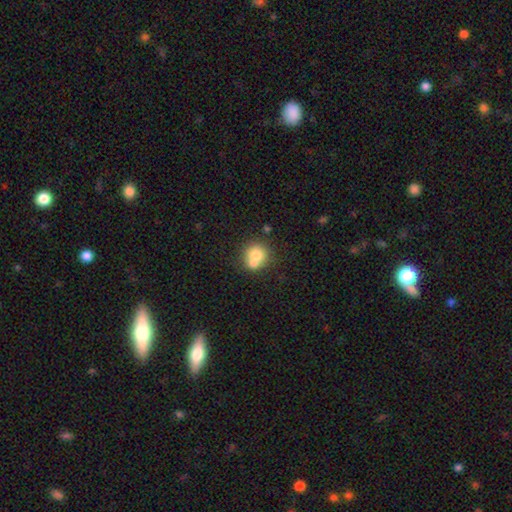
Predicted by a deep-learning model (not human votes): Smooth or featured: smooth — 72% (featured or disk — 18%)
How rounded: round — 85% (in between — 14%)
Merging: merger — 46% (none — 42%)